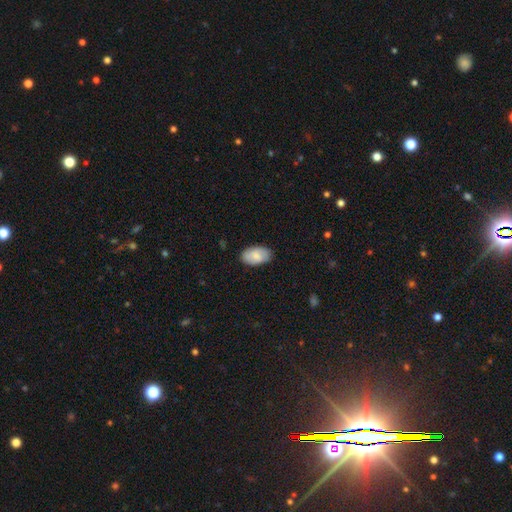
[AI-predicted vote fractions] This appears to be a smooth galaxy with no disk features (81%) that is in between round and cigar-shaped (95%). Merging: none (83%).